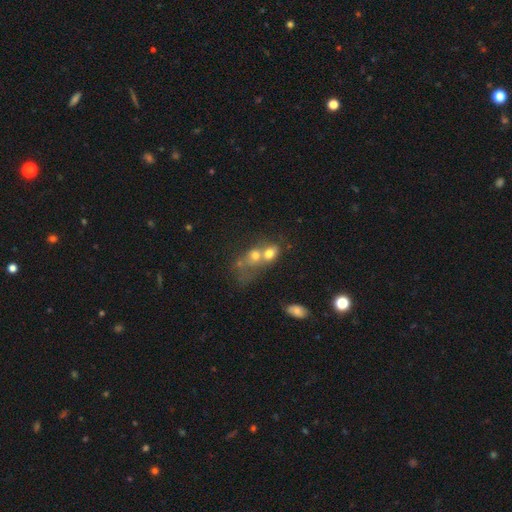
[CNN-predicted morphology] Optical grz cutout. It shows a smooth galaxy with no disk features (48%). Merging: merger (66%).